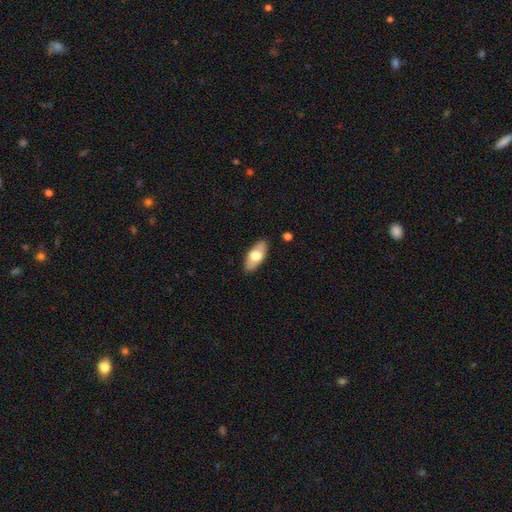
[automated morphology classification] A smooth galaxy with no disk features (68%) that is in between round and cigar-shaped (88%).

Vote fractions:
- Smooth or featured? smooth: 68% / featured or disk: 26% / star or artifact: 6%
- How rounded? in between: 88% / cigar-shaped: 9% / round: 3%
- Merging? none: 88% / minor disturbance: 9% / major disturbance: 2% / merger: 1%